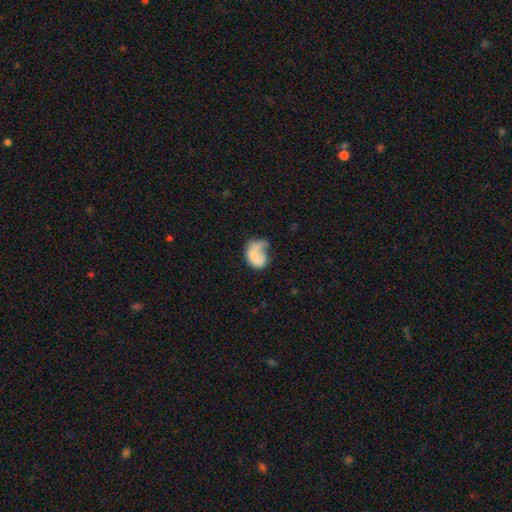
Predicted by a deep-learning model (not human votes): Smooth or featured?
  - smooth: 62% *
  - featured or disk: 31%
  - star or artifact: 7%
How rounded?
  - in between: 72% *
  - round: 27%
  - cigar-shaped: 1%
Merging?
  - major disturbance: 42% *
  - minor disturbance: 25%
  - none: 24%
  - merger: 9%